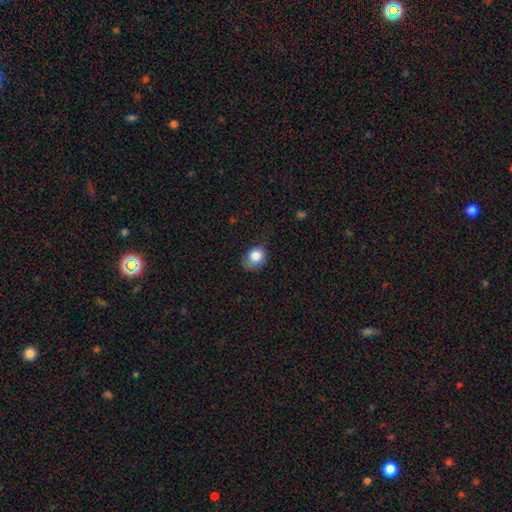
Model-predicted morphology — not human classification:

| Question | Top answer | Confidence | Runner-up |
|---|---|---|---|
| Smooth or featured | smooth | 82% | star or artifact (9%) |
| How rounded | round | 53% | in between (46%) |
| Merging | none | 51% | minor disturbance (35%) |